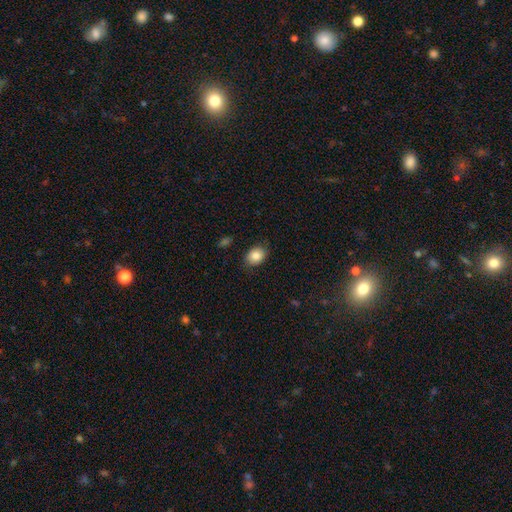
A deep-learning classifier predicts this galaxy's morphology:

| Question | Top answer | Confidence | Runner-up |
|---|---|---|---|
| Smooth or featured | smooth | 85% | star or artifact (8%) |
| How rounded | in between | 69% | round (30%) |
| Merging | none | 84% | minor disturbance (12%) |